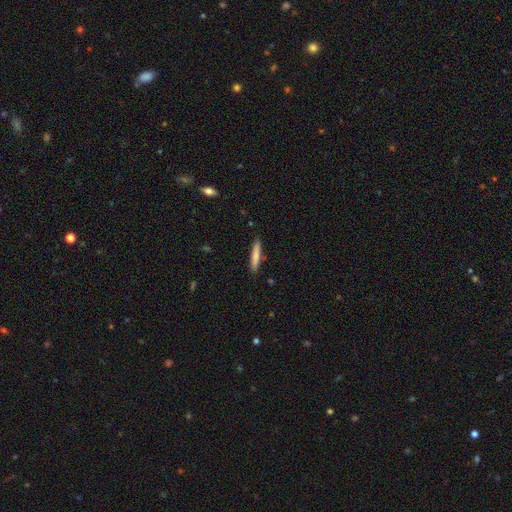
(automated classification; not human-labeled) A smooth galaxy with no disk features (78%) that is cigar-shaped (92%). Merging: none (88%).